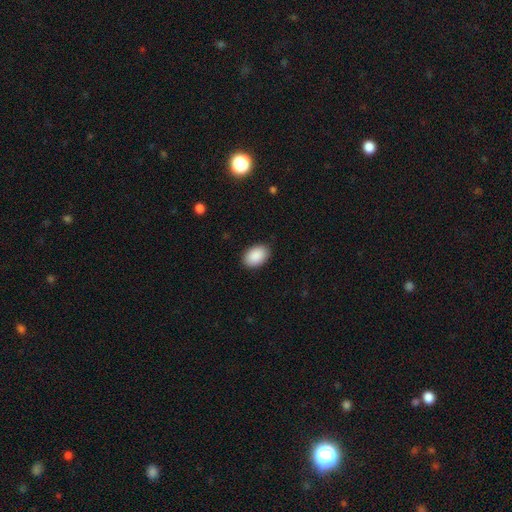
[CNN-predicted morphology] This is clearly a smooth galaxy (91%). How rounded: clearly in between (89%). Merging: clearly none (88%).